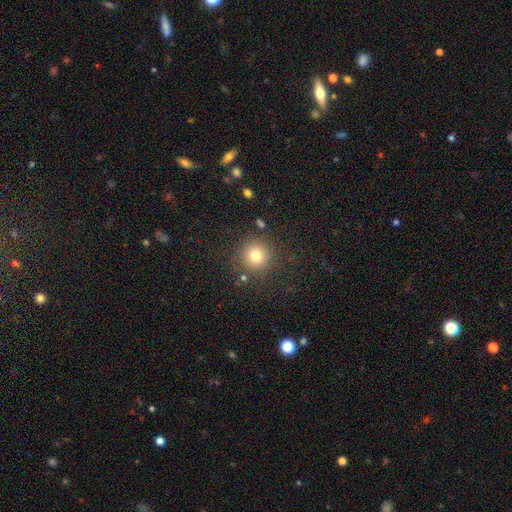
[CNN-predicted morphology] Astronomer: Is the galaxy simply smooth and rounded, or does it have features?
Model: smooth — 78%.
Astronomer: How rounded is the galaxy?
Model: round — 94%.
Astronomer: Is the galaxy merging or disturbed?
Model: none — 86%.